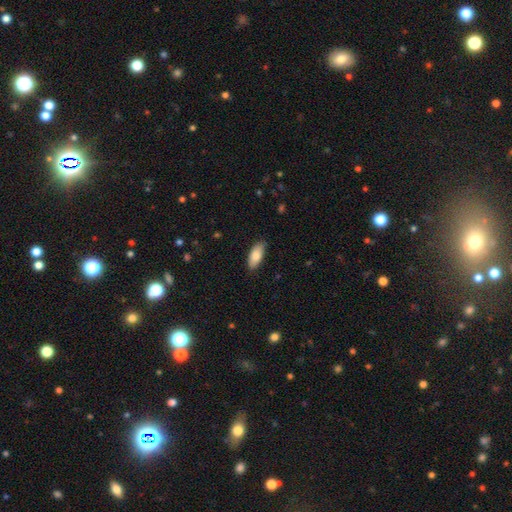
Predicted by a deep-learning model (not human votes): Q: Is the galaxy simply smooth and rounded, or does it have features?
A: smooth — 84%.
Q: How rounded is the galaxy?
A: in between — 83%.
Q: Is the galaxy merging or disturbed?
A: none — 85%.